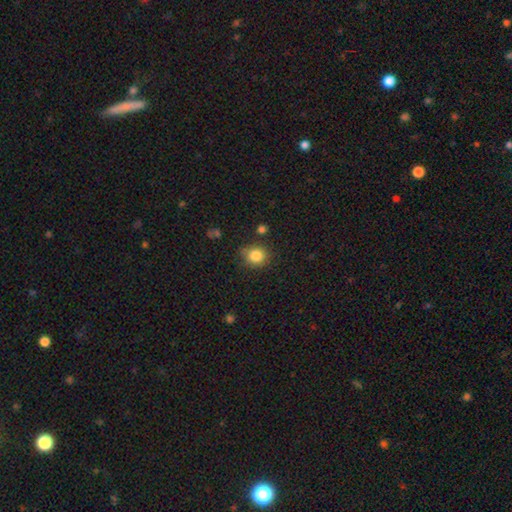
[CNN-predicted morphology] type=smooth (84%); roundness=round (83%); merging=none (77%).